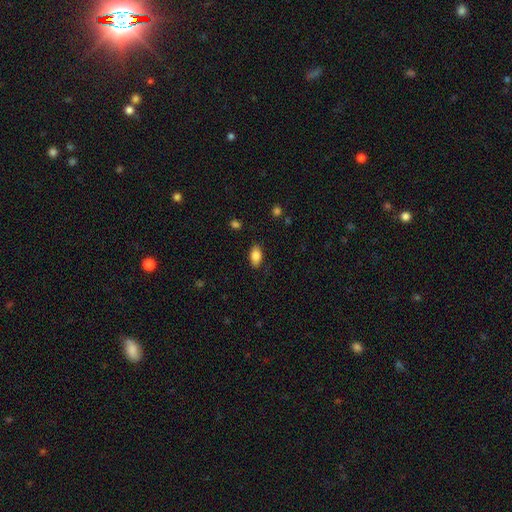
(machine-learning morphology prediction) Q: Smooth or featured?
A: smooth (85%); runner-up: star or artifact (8%)
Q: How rounded?
A: in between (91%); runner-up: round (5%)
Q: Merging?
A: none (84%); runner-up: minor disturbance (12%)